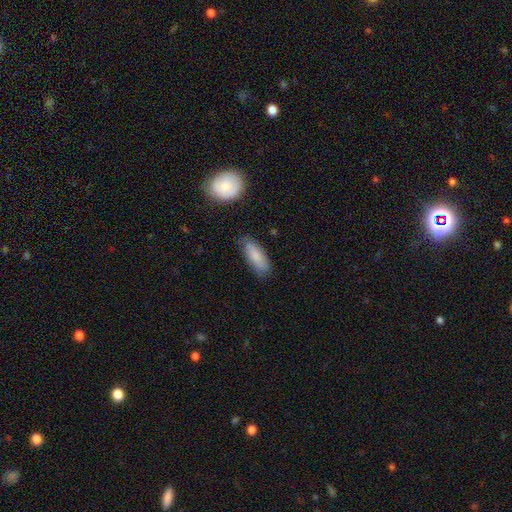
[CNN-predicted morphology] This is likely a smooth galaxy (80%). How rounded: likely in between (70%). Merging: likely none (73%).